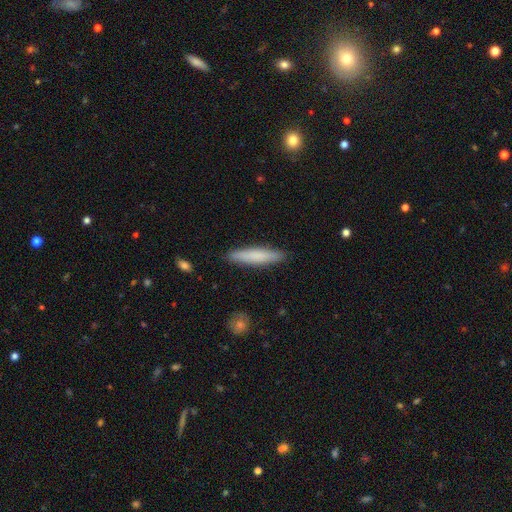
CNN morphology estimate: Smooth or featured?
  - smooth: 76% *
  - featured or disk: 18%
  - star or artifact: 6%
How rounded?
  - cigar-shaped: 89% *
  - in between: 9%
  - round: 1%
Merging?
  - none: 90% *
  - minor disturbance: 7%
  - major disturbance: 2%
  - merger: 1%